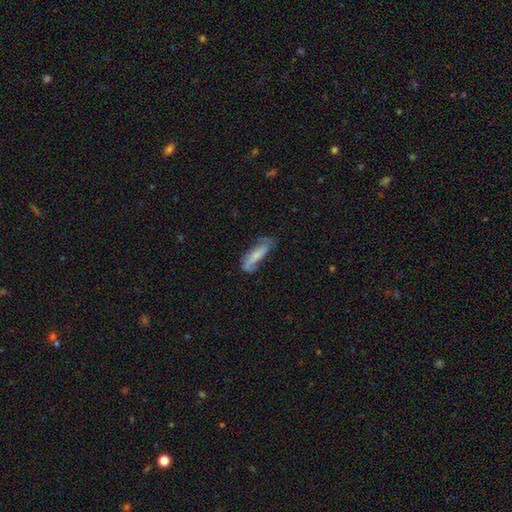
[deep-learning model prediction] This appears to be a smooth galaxy with no disk features (49%). Merging: none (51%).